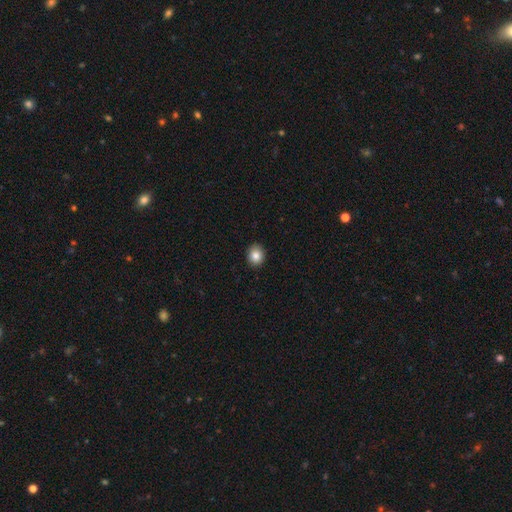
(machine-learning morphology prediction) A smooth galaxy with no disk features (84%) that is round (69%). Merging: none (91%).